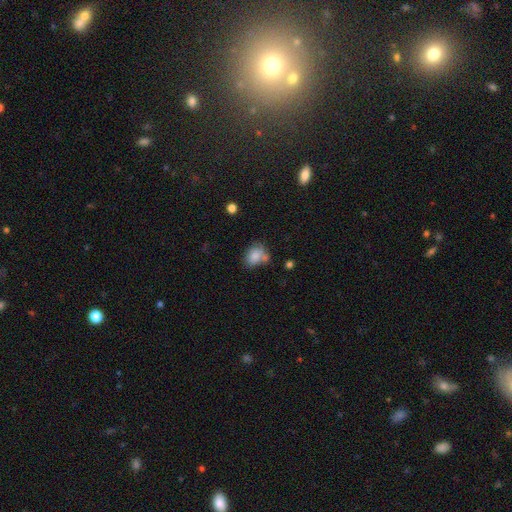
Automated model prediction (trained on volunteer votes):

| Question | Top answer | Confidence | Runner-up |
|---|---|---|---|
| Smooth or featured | smooth | 81% | star or artifact (10%) |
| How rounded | in between | 63% | round (35%) |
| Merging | none | 52% | minor disturbance (22%) |